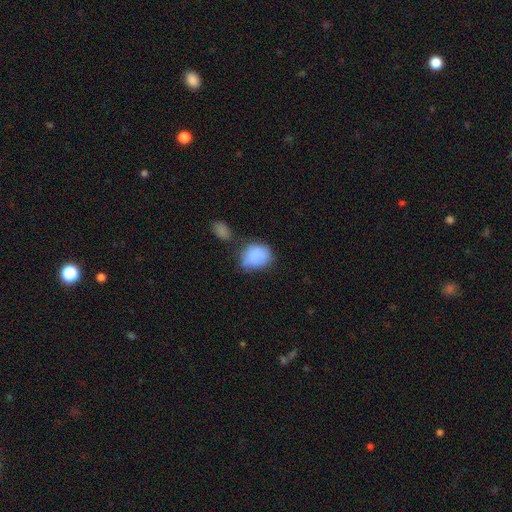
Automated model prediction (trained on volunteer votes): This is clearly a smooth galaxy (83%). How rounded: possibly in between (54%). Merging: marginally none (45%).